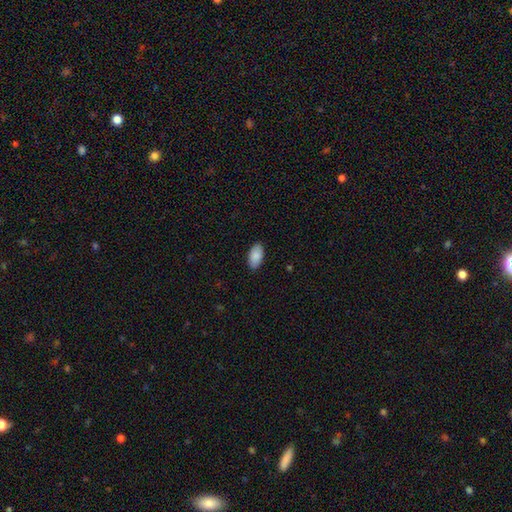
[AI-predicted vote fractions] Smooth or featured? Predicted: smooth (p=0.90). How rounded? Predicted: in between (p=0.95). Merging? Predicted: none (p=0.89).